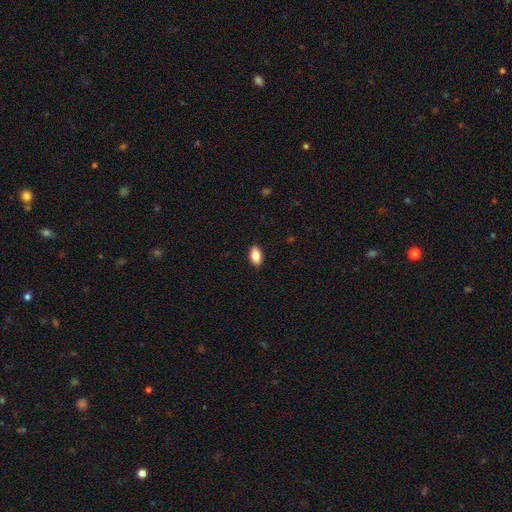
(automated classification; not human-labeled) This appears to be a smooth galaxy with no disk features (86%) that is in between round and cigar-shaped (92%). Merging: none (90%).